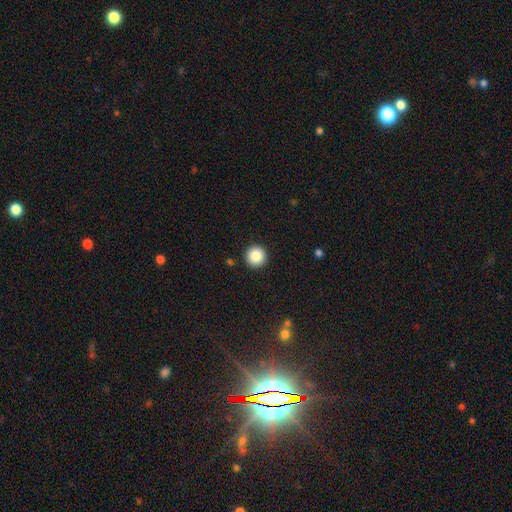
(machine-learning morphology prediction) smooth_or_featured: smooth (p=0.86) [alt: star or artifact p=0.09]
how_rounded: round (p=0.96) [alt: in between p=0.03]
merging: none (p=0.93) [alt: minor disturbance p=0.04]